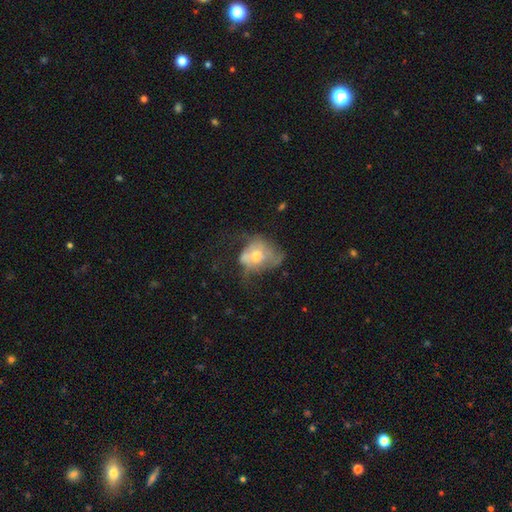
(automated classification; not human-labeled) This appears to be a featured or disk galaxy (48%). Merging: major disturbance (39%).